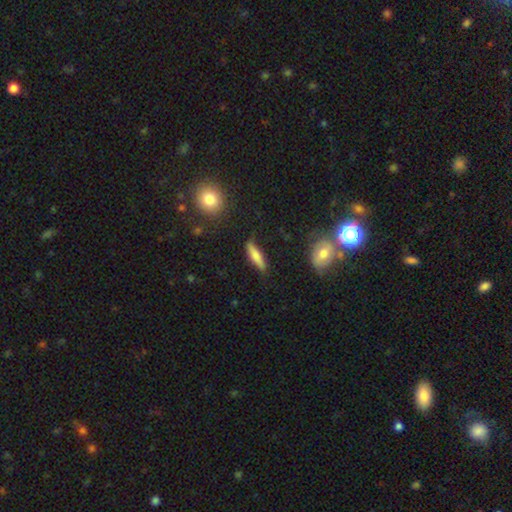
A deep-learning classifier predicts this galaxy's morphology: A smooth galaxy with no disk features (64%) that is cigar-shaped (76%).

Vote fractions:
- Smooth or featured? smooth: 64% / featured or disk: 29% / star or artifact: 7%
- How rounded? cigar-shaped: 76% / in between: 22% / round: 2%
- Merging? none: 78% / minor disturbance: 16% / major disturbance: 4% / merger: 2%